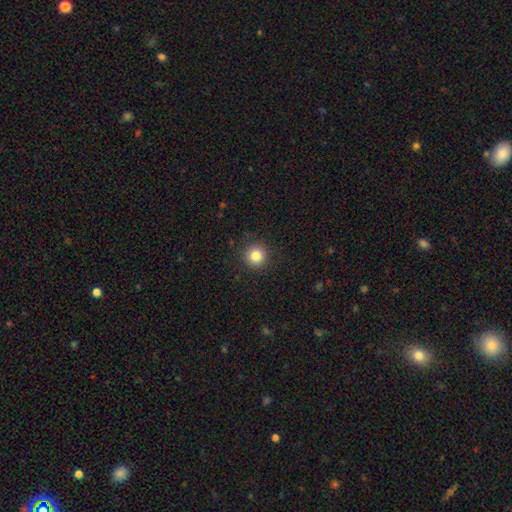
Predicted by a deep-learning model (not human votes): This appears to be a smooth galaxy with no disk features (84%) that is round (95%). Merging: none (92%).